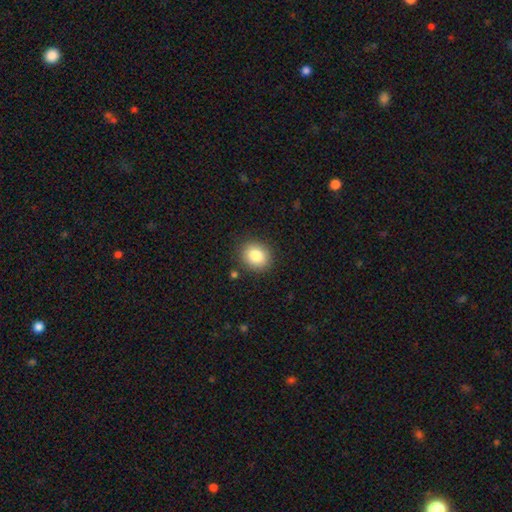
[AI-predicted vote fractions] A smooth galaxy with no disk features (84%) that is round (70%). Merging: none (88%).